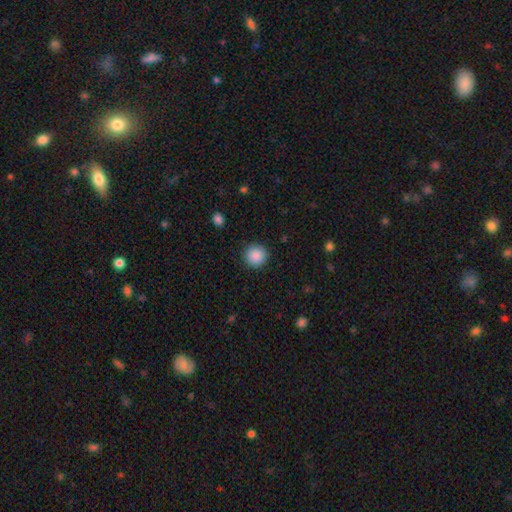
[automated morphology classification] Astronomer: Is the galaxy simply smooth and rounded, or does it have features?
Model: smooth — 89%.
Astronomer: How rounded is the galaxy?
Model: round — 94%.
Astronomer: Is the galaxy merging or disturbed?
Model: none — 91%.